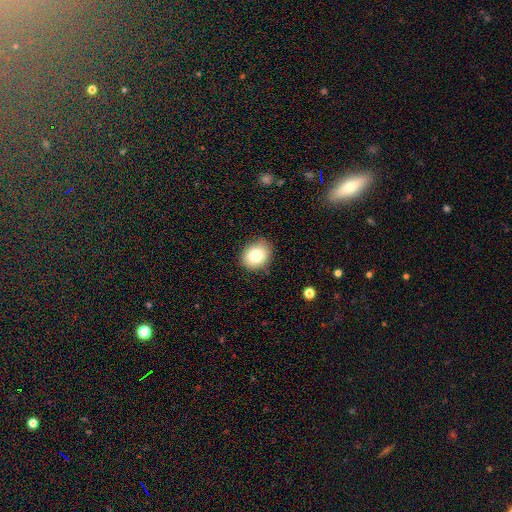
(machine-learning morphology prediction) Overall: smooth (81%). How rounded: round (56%; in between 43%). Merging: none (85%).